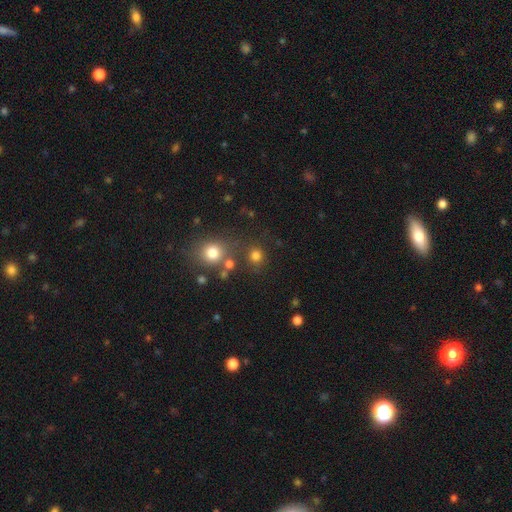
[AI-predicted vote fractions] Smooth or featured: smooth — 76% (star or artifact — 18%)
How rounded: round — 90% (in between — 9%)
Merging: none — 77% (merger — 11%)